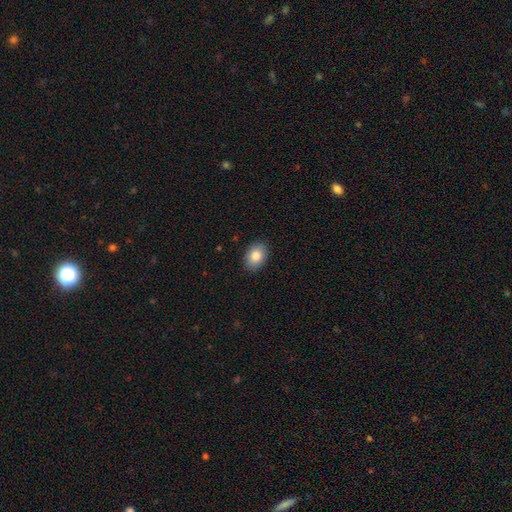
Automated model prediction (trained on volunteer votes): This is clearly a smooth galaxy (85%). How rounded: likely in between (77%). Merging: clearly none (89%).